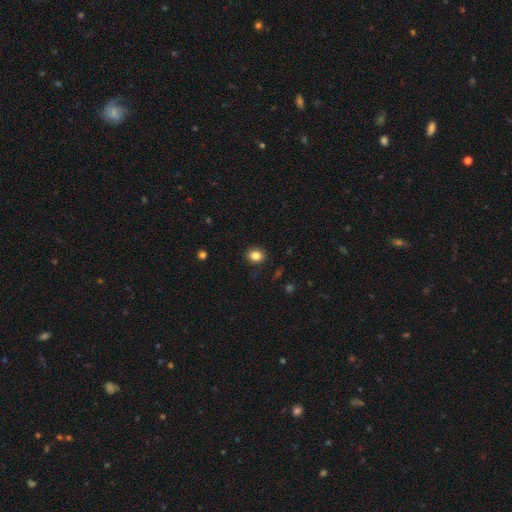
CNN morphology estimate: The model was most divided on "how rounded": round: 63%, in between: 36%, cigar-shaped: 1%. More confident: merging — none (90%); smooth or featured — smooth (84%).